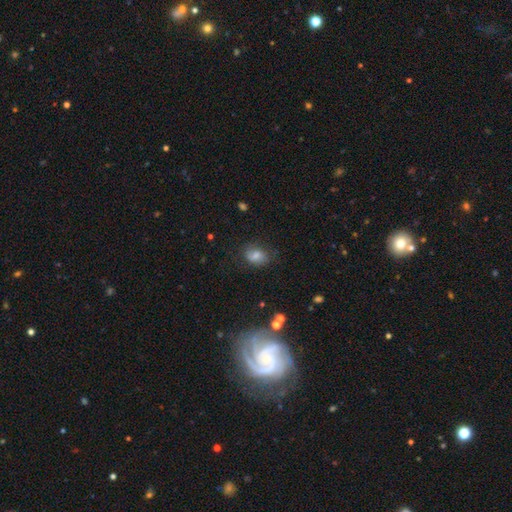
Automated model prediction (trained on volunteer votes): Smooth or featured?
  - smooth: 70% *
  - featured or disk: 17%
  - star or artifact: 13%
How rounded?
  - in between: 65% *
  - round: 34%
  - cigar-shaped: 1%
Merging?
  - none: 66% *
  - minor disturbance: 23%
  - major disturbance: 9%
  - merger: 2%